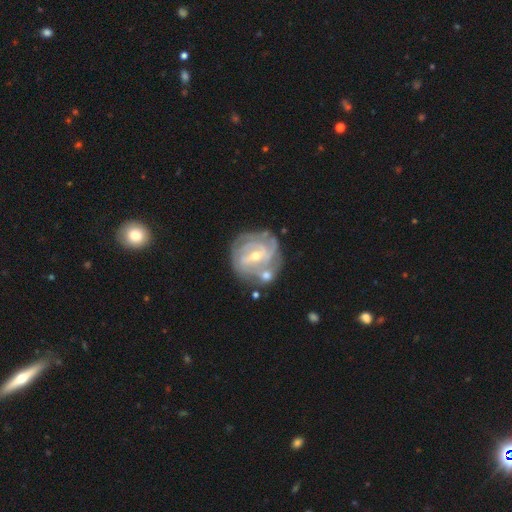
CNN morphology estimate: Smooth or featured? Predicted: featured or disk (p=0.87). Edge-on disk? Predicted: no (p=0.97). Bar? Predicted: weak (p=0.49). Spiral arms? Predicted: yes (p=0.95). Spiral winding? Predicted: tight (p=0.71). Spiral arm count? Predicted: can't tell (p=0.28). Bulge size? Predicted: small (p=0.49). Merging? Predicted: none (p=0.62).